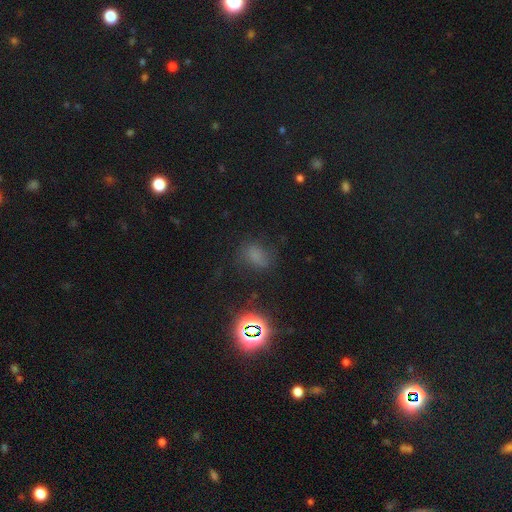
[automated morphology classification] The model was most divided on "smooth or featured": smooth: 60%, star or artifact: 30%, featured or disk: 10%. More confident: how rounded — in between (72%); merging — none (67%).